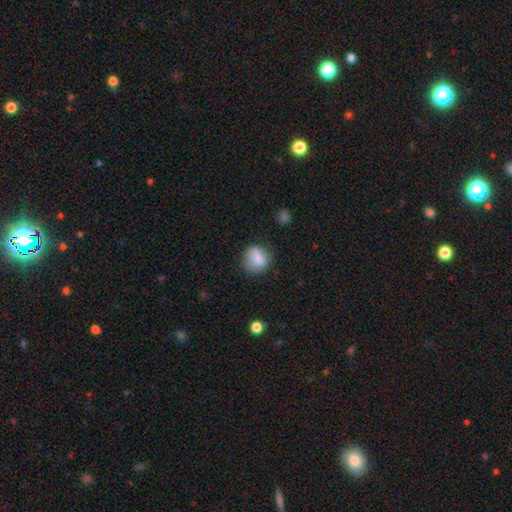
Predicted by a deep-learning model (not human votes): Smooth or featured? Predicted: smooth (p=0.79). How rounded? Predicted: round (p=0.83). Merging? Predicted: none (p=0.74).